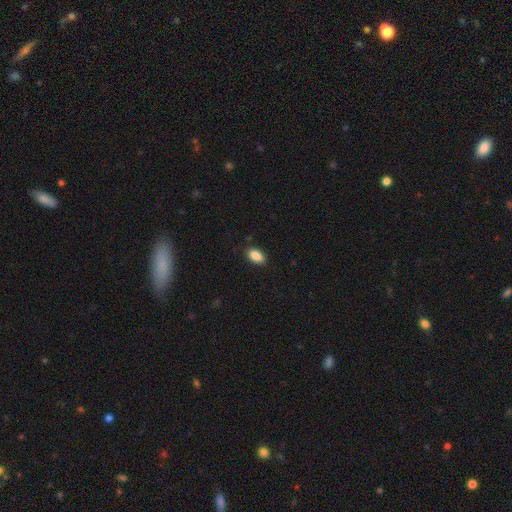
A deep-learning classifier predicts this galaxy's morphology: A smooth galaxy with no disk features (89%) that is in between round and cigar-shaped (93%).

Vote fractions:
- Smooth or featured? smooth: 89% / star or artifact: 8% / featured or disk: 3%
- How rounded? in between: 93% / round: 5% / cigar-shaped: 2%
- Merging? none: 86% / minor disturbance: 11% / major disturbance: 2% / merger: 1%